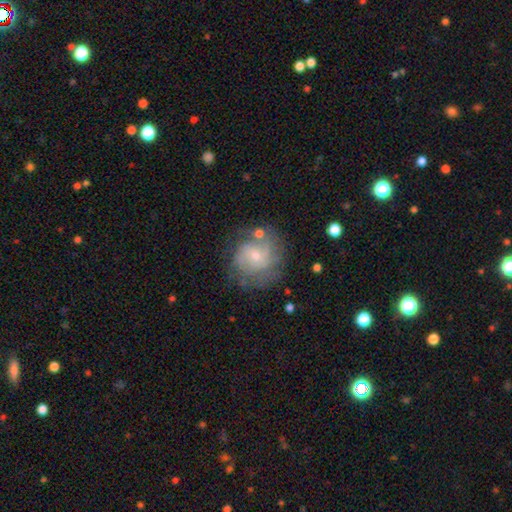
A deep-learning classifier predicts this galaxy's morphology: featured or disk 66%, smooth 26%, star or artifact 8%. Down the decision tree: edge-on disk — no (98%); bar — no (71%); spiral arms — yes (82%); spiral arm count — can't tell (40%); spiral winding — tight (48%); bulge size — small (69%); merging — none (62%).